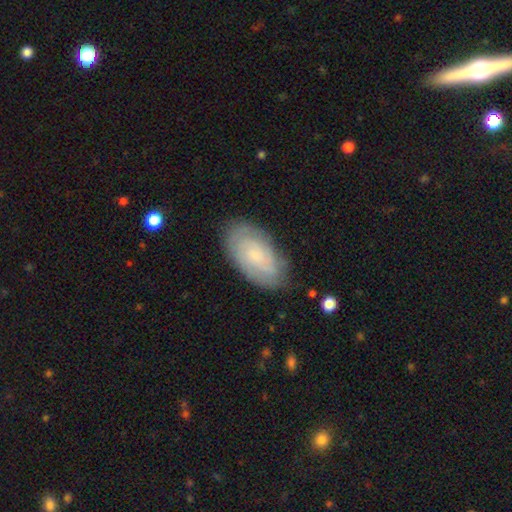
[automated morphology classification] Smooth or featured? Predicted: featured or disk (p=0.54). Edge-on disk? Predicted: no (p=0.94). Bar? Predicted: no (p=0.72). Spiral arms? Predicted: yes (p=0.83). Bulge size? Predicted: small (p=0.69). Merging? Predicted: none (p=0.78).